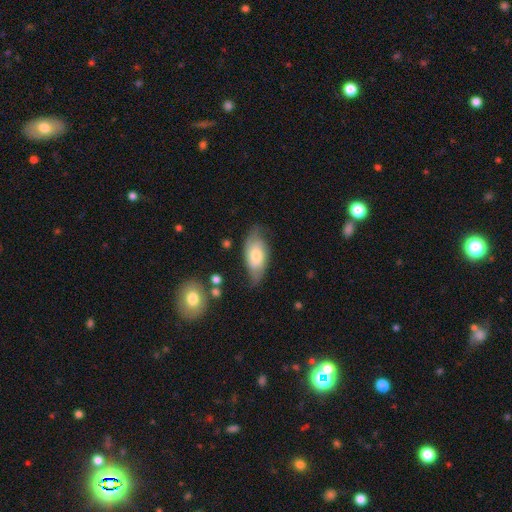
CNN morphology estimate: This appears to be a smooth galaxy with no disk features (51%) that is in between round and cigar-shaped (88%). Merging: none (59%).